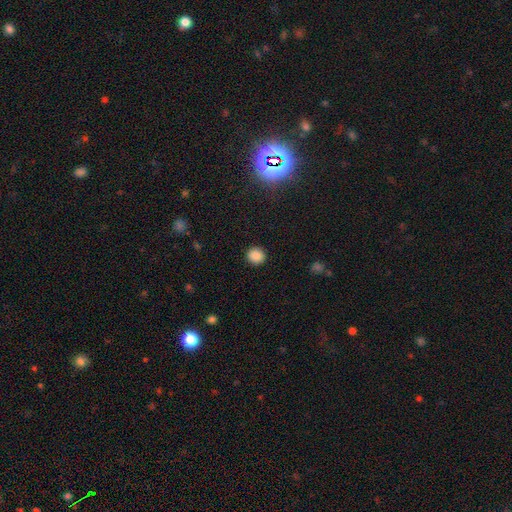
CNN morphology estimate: type=smooth (86%); roundness=round (91%); merging=none (92%).